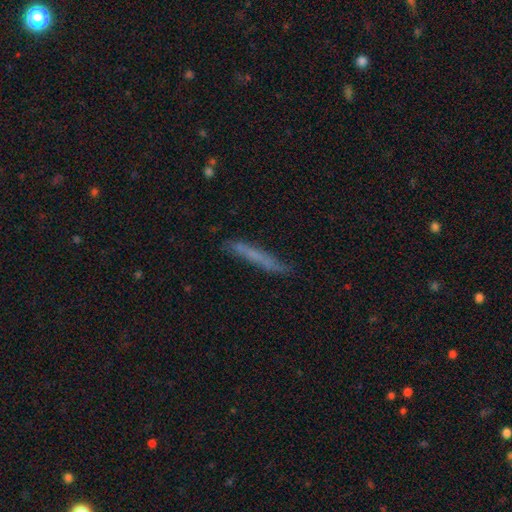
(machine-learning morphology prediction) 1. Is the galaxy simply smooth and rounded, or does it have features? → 56% smooth, 35% featured or disk, 9% star or artifact.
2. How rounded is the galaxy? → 95% cigar-shaped, 3% in between, 2% round.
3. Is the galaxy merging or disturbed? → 82% none, 13% minor disturbance, 3% major disturbance, 2% merger.